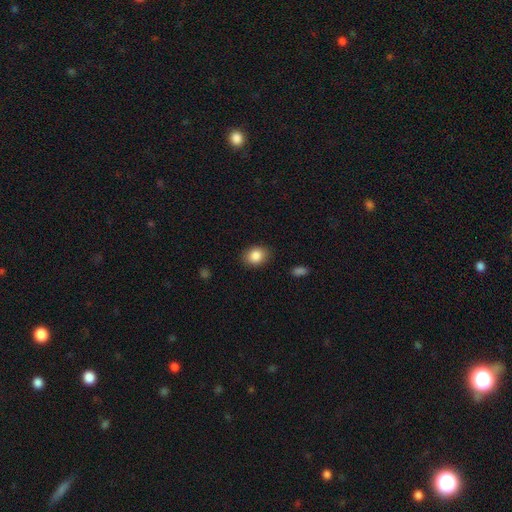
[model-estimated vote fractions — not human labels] This is clearly a smooth galaxy (86%). How rounded: likely in between (60%). Merging: clearly none (87%).